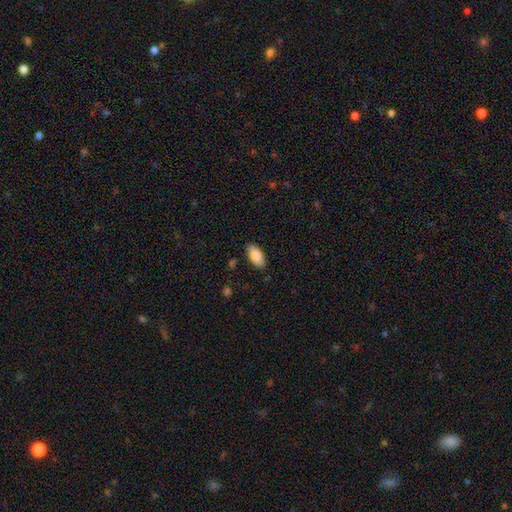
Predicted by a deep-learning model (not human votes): Overall: smooth (86%). How rounded: in between (93%). Merging: none (87%).